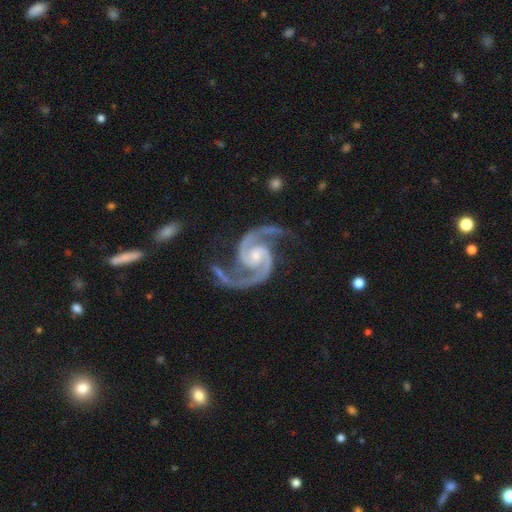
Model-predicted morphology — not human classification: Smooth or featured: featured or disk — 95% (star or artifact — 3%)
Edge-on disk: no — 99% (yes — 1%)
Bar: no — 57% (weak — 33%)
Spiral arms: yes — 99% (no — 1%)
Spiral winding: medium — 62% (loose — 21%)
Spiral arm count: 2 — 94% (3 — 2%)
Bulge size: small — 58% (moderate — 34%)
Merging: none — 68% (minor disturbance — 18%)